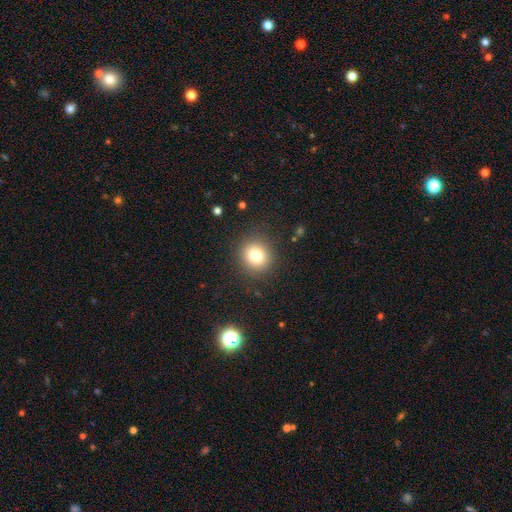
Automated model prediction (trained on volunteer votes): Smooth or featured?
  - smooth: 78% *
  - star or artifact: 13%
  - featured or disk: 9%
How rounded?
  - round: 88% *
  - in between: 11%
  - cigar-shaped: 1%
Merging?
  - none: 89% *
  - minor disturbance: 7%
  - major disturbance: 3%
  - merger: 1%